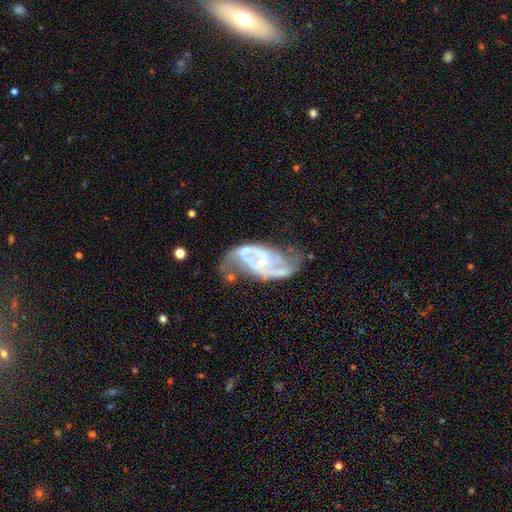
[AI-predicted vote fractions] Q: Smooth or featured?
A: featured or disk (85%); runner-up: smooth (8%)
Q: Edge-on disk?
A: no (96%); runner-up: yes (4%)
Q: Bar?
A: no (57%); runner-up: weak (31%)
Q: Spiral arms?
A: yes (90%); runner-up: no (10%)
Q: Spiral winding?
A: medium (44%); runner-up: loose (32%)
Q: Spiral arm count?
A: 2 (76%); runner-up: can't tell (12%)
Q: Bulge size?
A: small (74%); runner-up: moderate (18%)
Q: Merging?
A: none (44%); runner-up: minor disturbance (26%)